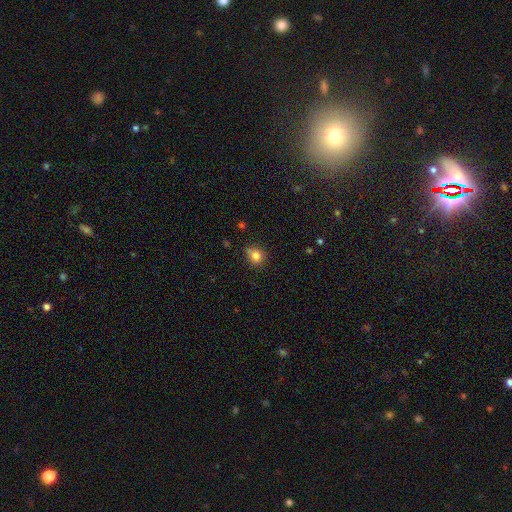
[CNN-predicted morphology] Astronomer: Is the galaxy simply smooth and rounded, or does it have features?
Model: smooth — 81%.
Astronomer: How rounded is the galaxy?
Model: round — 81%.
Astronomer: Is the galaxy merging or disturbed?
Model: none — 73%.